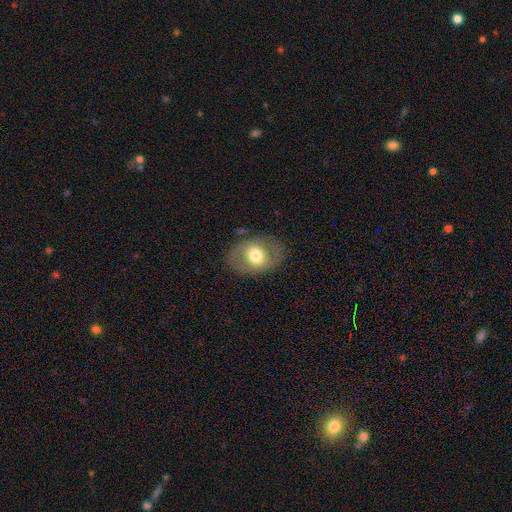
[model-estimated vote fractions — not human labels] Smooth or featured? smooth (53%)
How rounded? in between (61%)
Merging? none (76%)